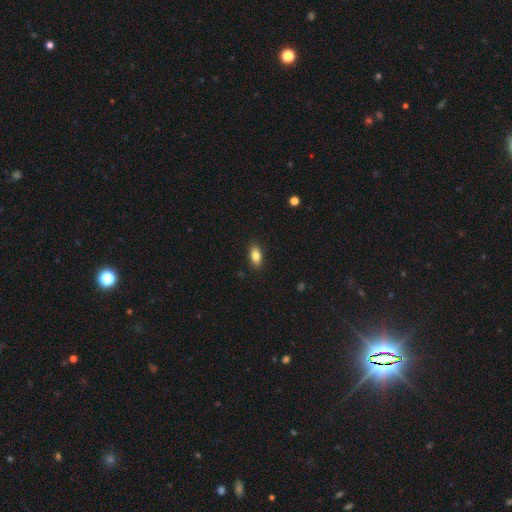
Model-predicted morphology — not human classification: This is clearly a smooth galaxy (83%). How rounded: clearly in between (88%). Merging: clearly none (88%).